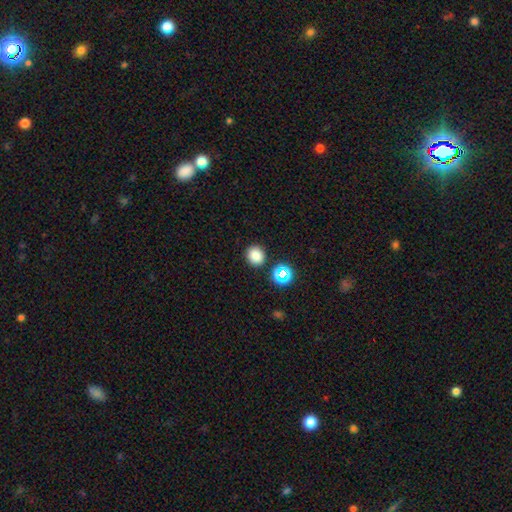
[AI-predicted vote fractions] smooth_or_featured: smooth (p=0.79) [alt: star or artifact p=0.15]
how_rounded: round (p=0.81) [alt: in between p=0.18]
merging: none (p=0.87) [alt: minor disturbance p=0.07]